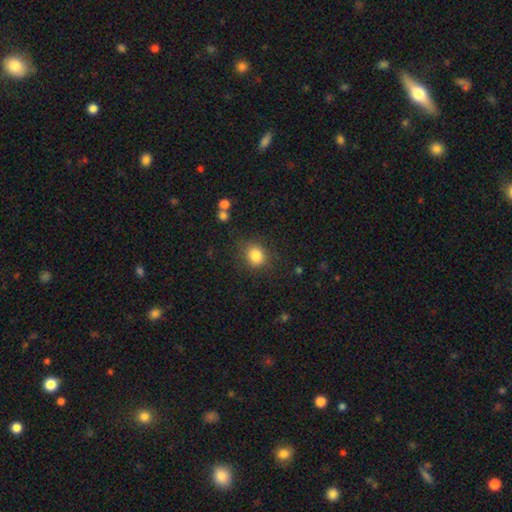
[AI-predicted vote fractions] Smooth or featured?
  - smooth: 85% *
  - star or artifact: 10%
  - featured or disk: 5%
How rounded?
  - round: 69% *
  - in between: 30%
  - cigar-shaped: 1%
Merging?
  - none: 81% *
  - minor disturbance: 13%
  - major disturbance: 5%
  - merger: 2%